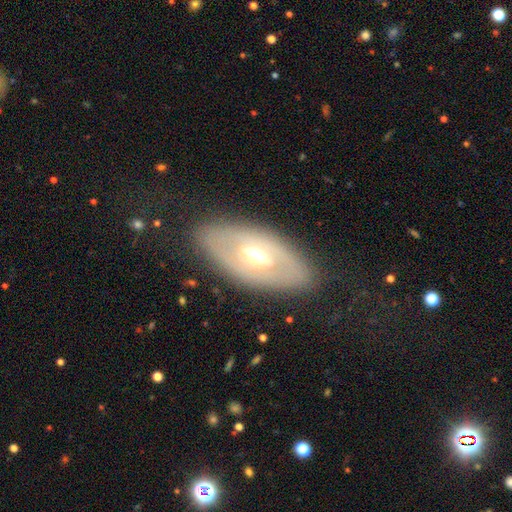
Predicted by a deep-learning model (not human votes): Q: Smooth or featured?
A: featured or disk (66%); runner-up: smooth (27%)
Q: Edge-on disk?
A: no (80%); runner-up: yes (20%)
Q: Bar?
A: weak (38%); runner-up: strong (32%)
Q: Spiral arms?
A: no (76%); runner-up: yes (24%)
Q: Bulge size?
A: moderate (66%); runner-up: small (16%)
Q: Merging?
A: none (81%); runner-up: minor disturbance (12%)